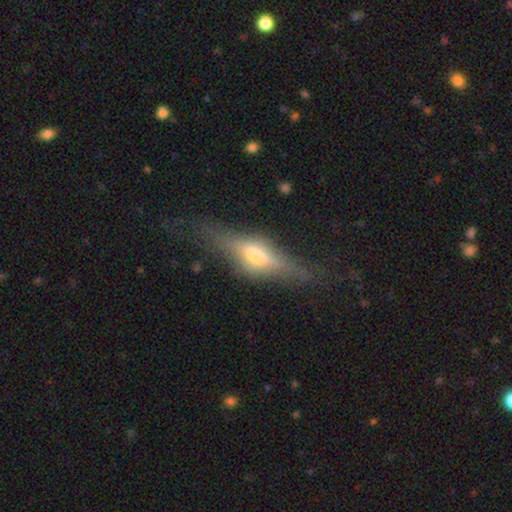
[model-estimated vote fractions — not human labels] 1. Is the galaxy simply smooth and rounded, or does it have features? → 69% featured or disk, 23% smooth, 8% star or artifact.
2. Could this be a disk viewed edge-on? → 93% yes, 7% no.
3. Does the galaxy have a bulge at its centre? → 87% rounded, 9% boxy, 3% none.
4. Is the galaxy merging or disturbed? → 76% none, 16% minor disturbance, 7% major disturbance, 1% merger.